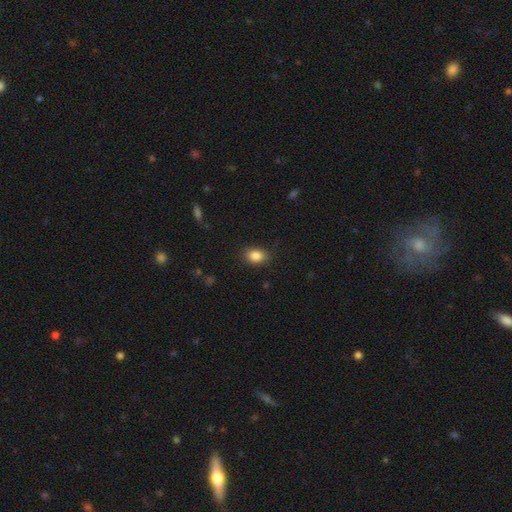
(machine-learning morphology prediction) The model was most divided on "how rounded": in between: 76%, round: 22%, cigar-shaped: 1%. More confident: smooth or featured — smooth (86%); merging — none (86%).